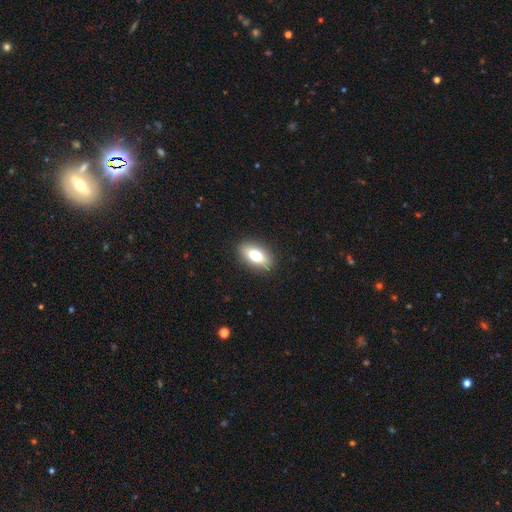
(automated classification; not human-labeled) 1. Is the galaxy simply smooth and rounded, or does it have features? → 74% smooth, 18% featured or disk, 8% star or artifact.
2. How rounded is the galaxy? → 86% in between, 7% cigar-shaped, 6% round.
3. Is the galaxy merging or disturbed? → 89% none, 8% minor disturbance, 2% major disturbance, 1% merger.